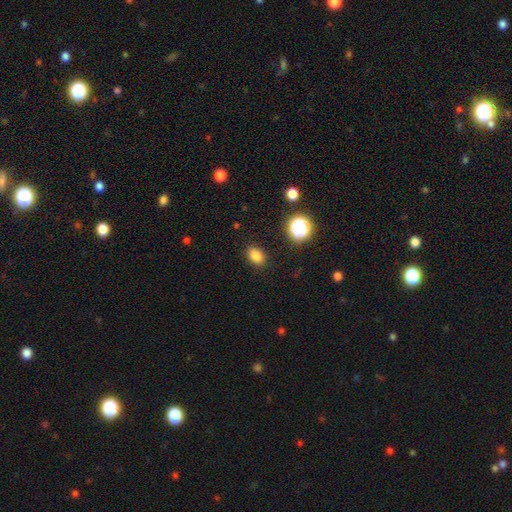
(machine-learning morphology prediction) Q: Smooth or featured?
A: smooth (81%); runner-up: star or artifact (14%)
Q: How rounded?
A: in between (72%); runner-up: round (26%)
Q: Merging?
A: none (87%); runner-up: minor disturbance (9%)